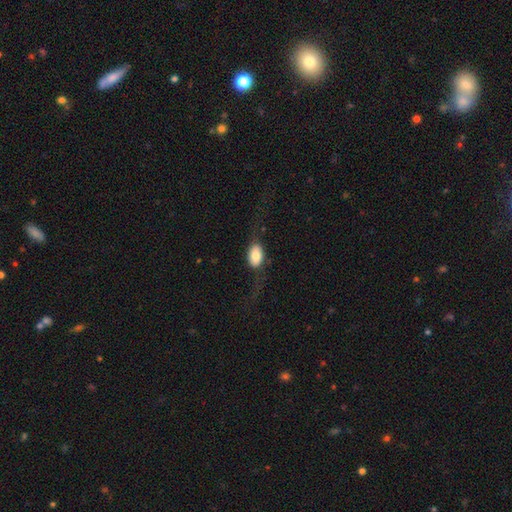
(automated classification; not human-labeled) smooth-or-featured: smooth: 67% | featured or disk: 25% | star or artifact: 7%
  how-rounded: in between: 88% | round: 9% | cigar-shaped: 3%
  merging: none: 53% | major disturbance: 27% | minor disturbance: 18% | merger: 2%